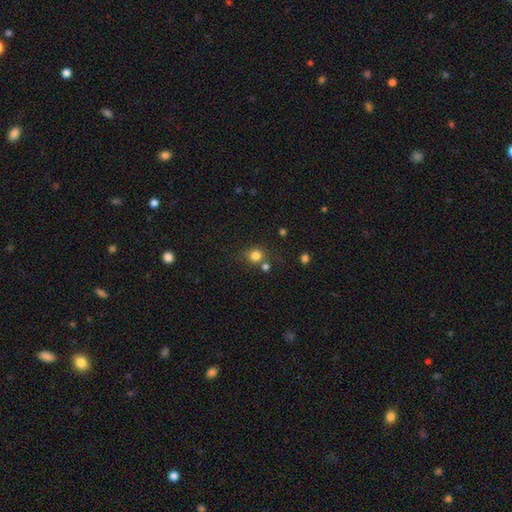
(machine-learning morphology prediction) Smooth or featured? Predicted: smooth (p=0.80). How rounded? Predicted: round (p=0.85). Merging? Predicted: none (p=0.64).